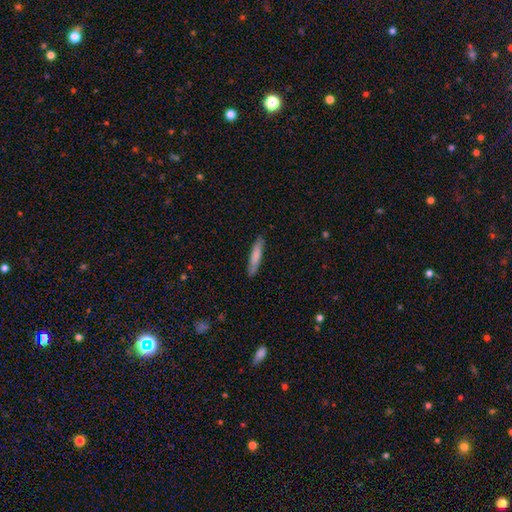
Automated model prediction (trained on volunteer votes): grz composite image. It shows a smooth galaxy with no disk features (77%) that is cigar-shaped (89%). Merging: none (87%).